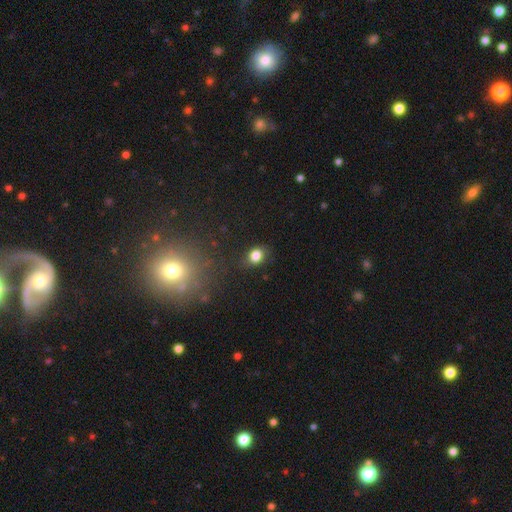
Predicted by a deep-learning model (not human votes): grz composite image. It shows a smooth galaxy with no disk features (82%) that is round (52%). Merging: none (77%).